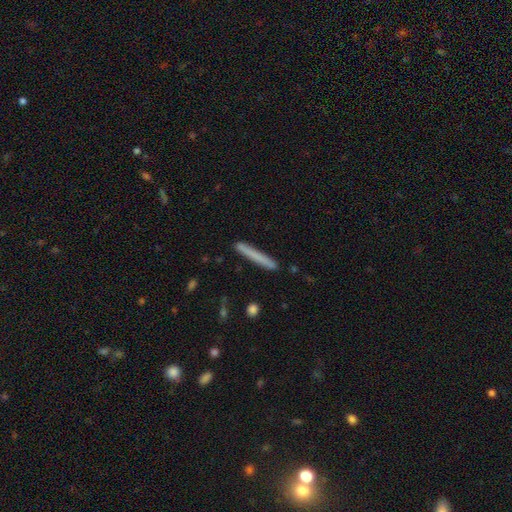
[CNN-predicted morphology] This is likely a smooth galaxy (72%). How rounded: clearly cigar-shaped (97%). Merging: clearly none (90%).